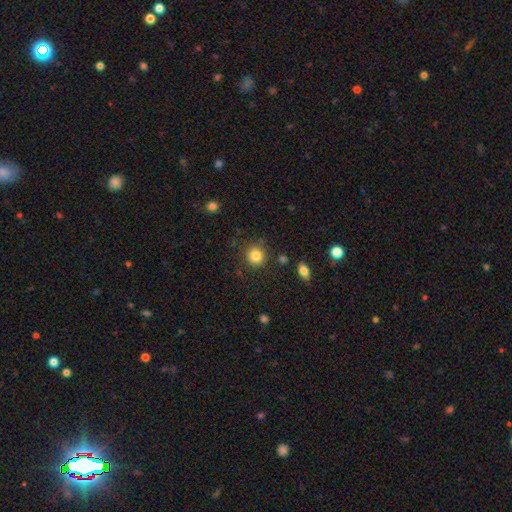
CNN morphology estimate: A smooth galaxy with no disk features (84%) that is round (92%). Merging: none (85%).